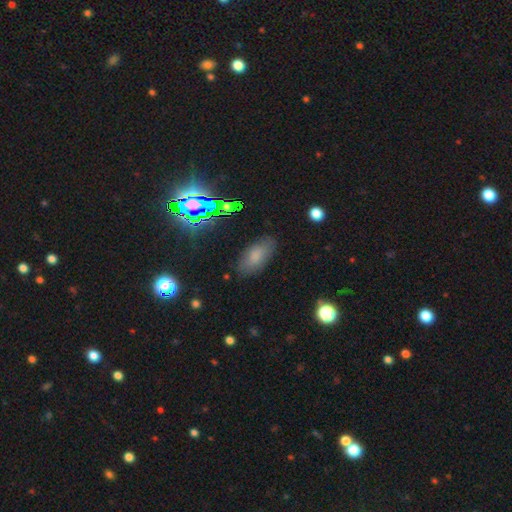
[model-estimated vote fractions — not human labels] The model was most divided on "smooth or featured": smooth: 73%, star or artifact: 14%, featured or disk: 13%. More confident: how rounded — in between (89%); merging — none (81%).